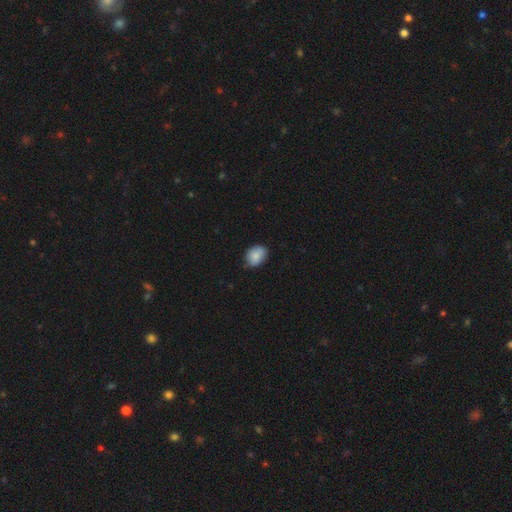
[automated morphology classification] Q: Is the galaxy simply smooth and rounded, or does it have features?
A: smooth — 84%.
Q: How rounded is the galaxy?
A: in between — 69%.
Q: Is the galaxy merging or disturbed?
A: none — 77%.